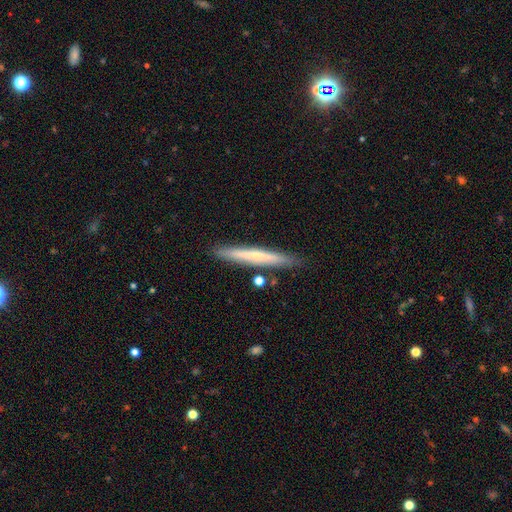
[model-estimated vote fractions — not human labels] featured or disk 51%, smooth 42%, star or artifact 7%. Down the decision tree: edge-on disk — yes (93%); merging — none (87%).